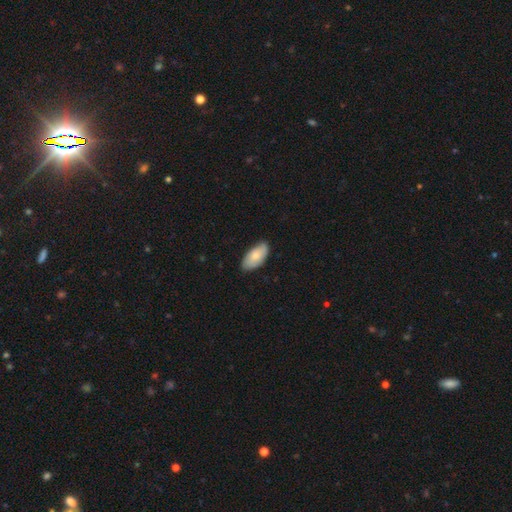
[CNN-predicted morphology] This appears to be a smooth galaxy with no disk features (77%) that is in between round and cigar-shaped (94%). Merging: none (80%).